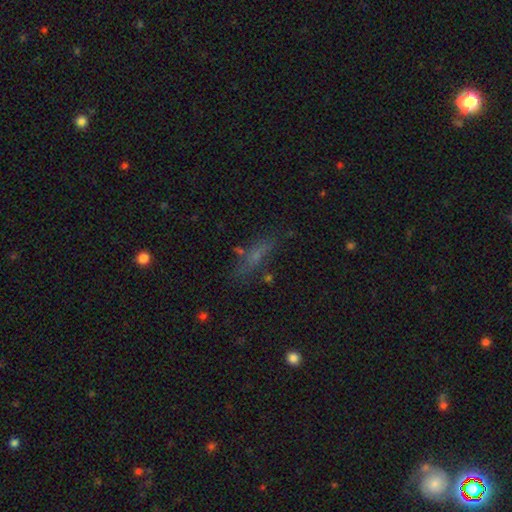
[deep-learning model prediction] Morphology: type=smooth (51%); roundness=cigar-shaped (63%); merging=none (69%).